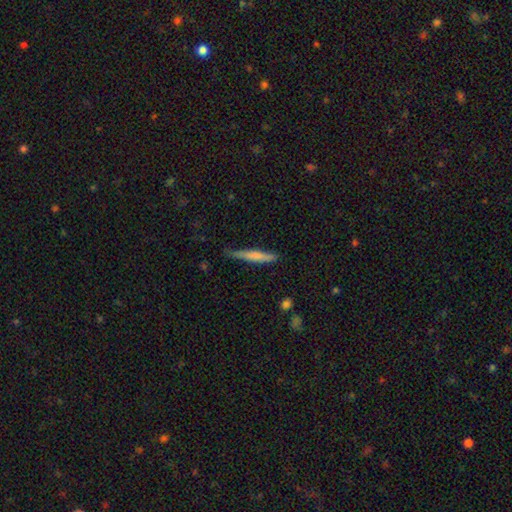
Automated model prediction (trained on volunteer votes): Smooth or featured? smooth (69%)
How rounded? cigar-shaped (93%)
Merging? none (71%)